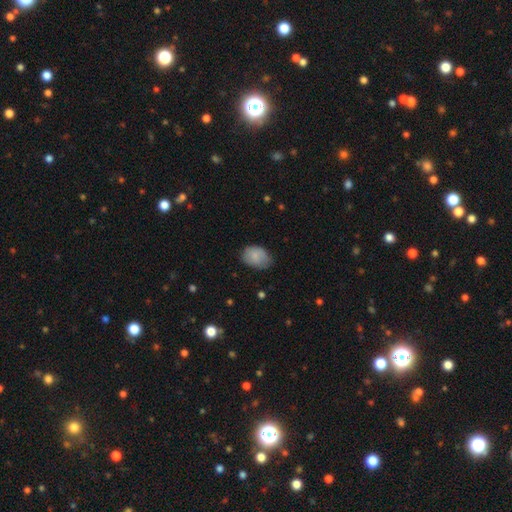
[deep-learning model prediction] Q: Smooth or featured?
A: smooth (84%); runner-up: featured or disk (9%)
Q: How rounded?
A: in between (75%); runner-up: round (24%)
Q: Merging?
A: none (69%); runner-up: minor disturbance (25%)